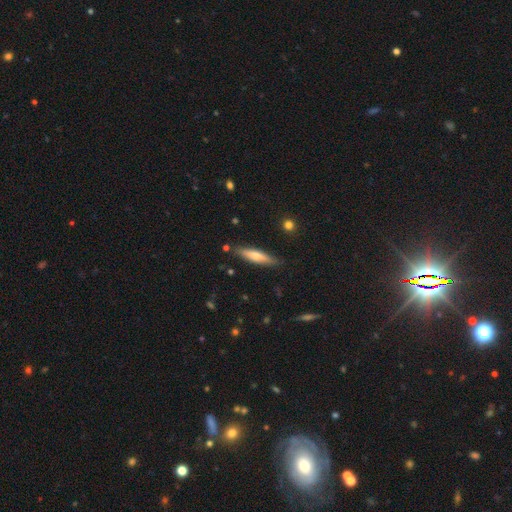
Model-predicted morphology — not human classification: Smooth or featured? Predicted: smooth (p=0.61). How rounded? Predicted: cigar-shaped (p=0.81). Merging? Predicted: none (p=0.85).